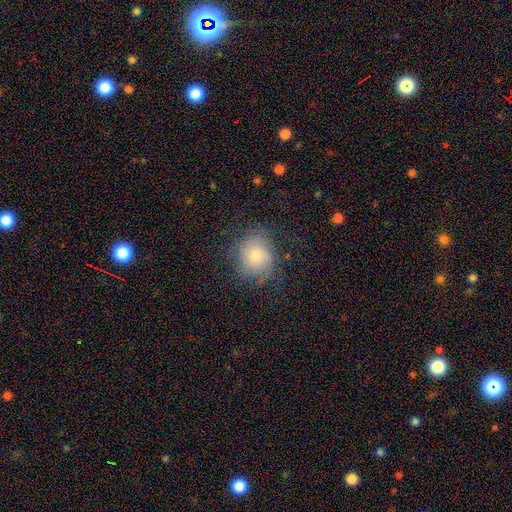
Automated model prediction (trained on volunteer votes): smooth-or-featured: smooth: 63% | featured or disk: 27% | star or artifact: 10%
  how-rounded: round: 68% | in between: 31% | cigar-shaped: 1%
  merging: none: 66% | minor disturbance: 22% | major disturbance: 11% | merger: 1%